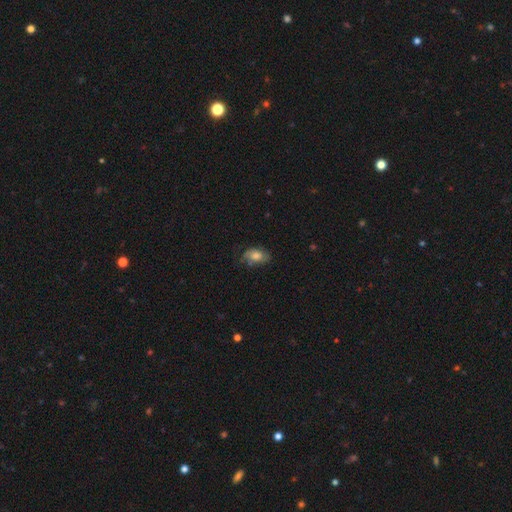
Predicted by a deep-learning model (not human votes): Smooth or featured: smooth — 69% (featured or disk — 22%)
How rounded: in between — 85% (round — 13%)
Merging: none — 57% (minor disturbance — 30%)